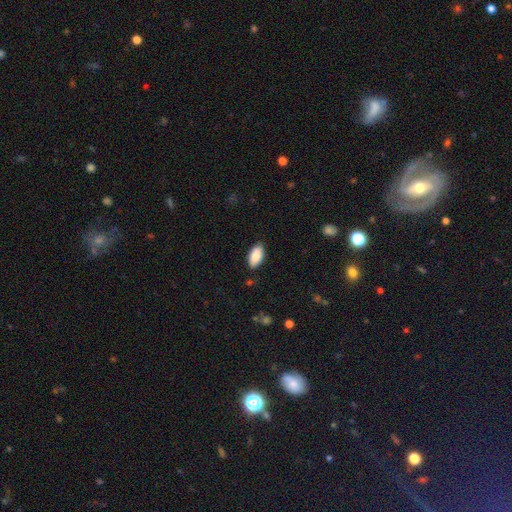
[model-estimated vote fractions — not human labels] Smooth or featured? smooth (89%)
How rounded? in between (94%)
Merging? none (85%)